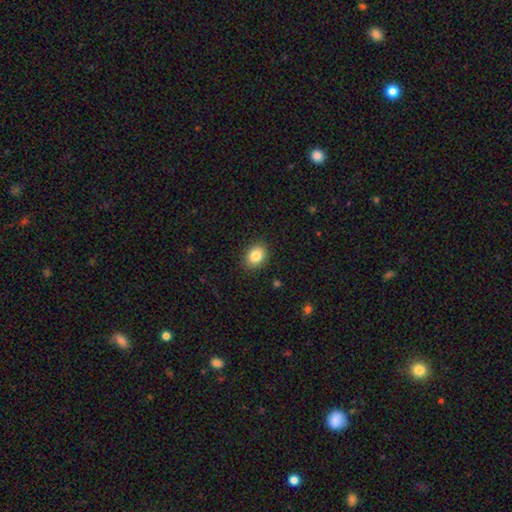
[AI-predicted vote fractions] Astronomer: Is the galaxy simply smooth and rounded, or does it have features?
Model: smooth — 84%.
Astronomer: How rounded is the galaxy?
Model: in between — 54% (runner-up: round, 45%).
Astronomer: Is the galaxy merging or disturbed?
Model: none — 89%.